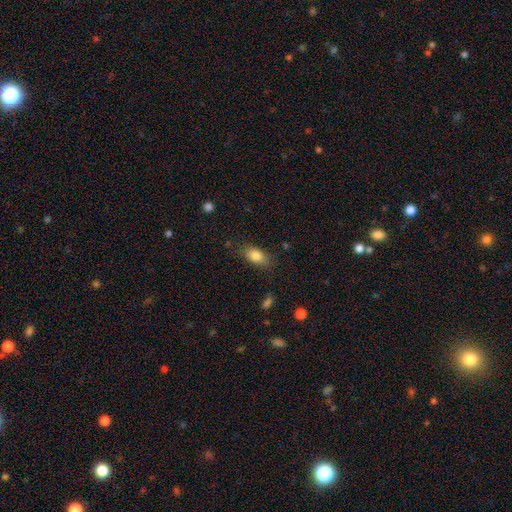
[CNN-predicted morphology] Smooth or featured? smooth (83%)
How rounded? in between (86%)
Merging? none (78%)